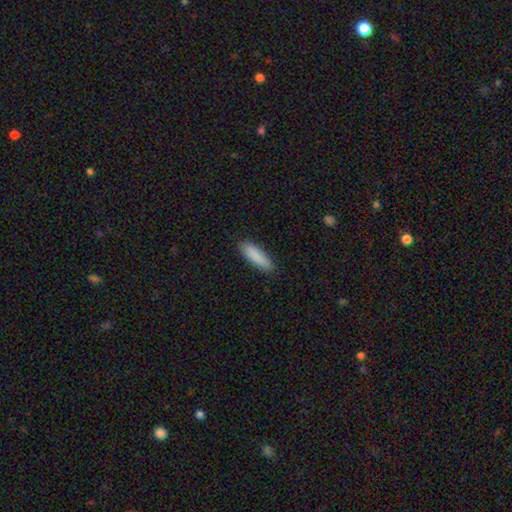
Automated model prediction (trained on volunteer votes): A smooth galaxy with no disk features (88%) that is cigar-shaped (63%). Merging: none (87%).